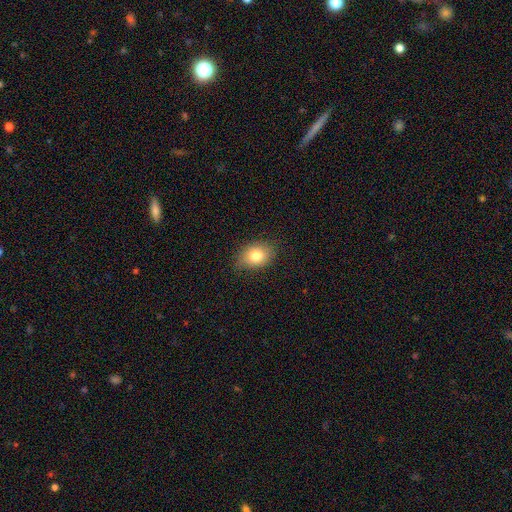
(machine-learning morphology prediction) Smooth or featured?
  - smooth: 81% *
  - featured or disk: 10%
  - star or artifact: 9%
How rounded?
  - in between: 71% *
  - round: 28%
  - cigar-shaped: 1%
Merging?
  - none: 82% *
  - minor disturbance: 14%
  - major disturbance: 3%
  - merger: 1%